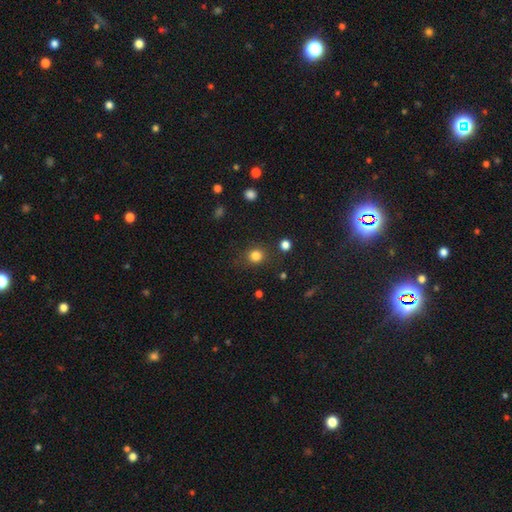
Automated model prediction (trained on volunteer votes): Morphology: type=smooth (82%); roundness=round (86%); merging=none (84%).